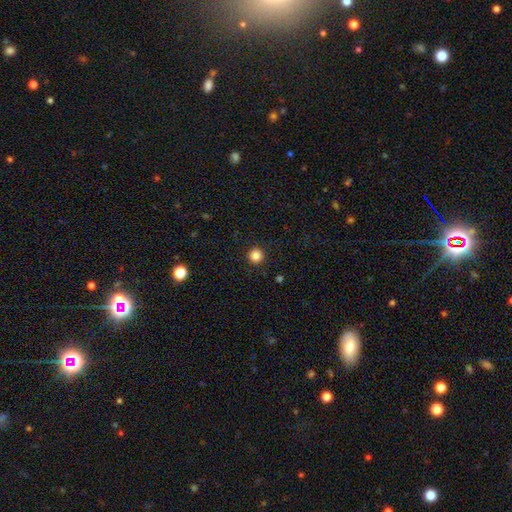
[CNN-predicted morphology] Q: Smooth or featured?
A: smooth (86%); runner-up: star or artifact (11%)
Q: How rounded?
A: round (96%); runner-up: in between (3%)
Q: Merging?
A: none (92%); runner-up: minor disturbance (5%)